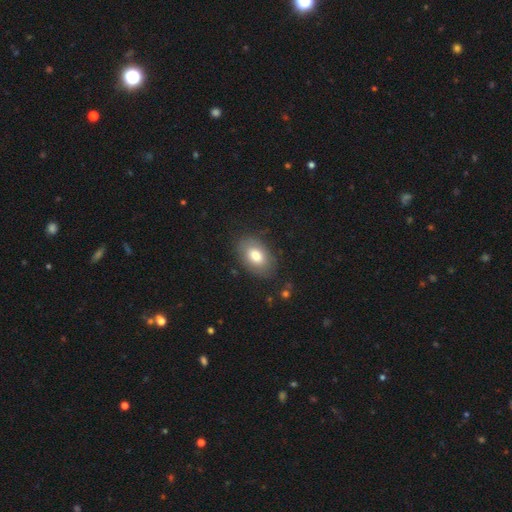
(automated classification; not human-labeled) This is likely a smooth galaxy (76%). How rounded: clearly in between (88%). Merging: clearly none (82%).